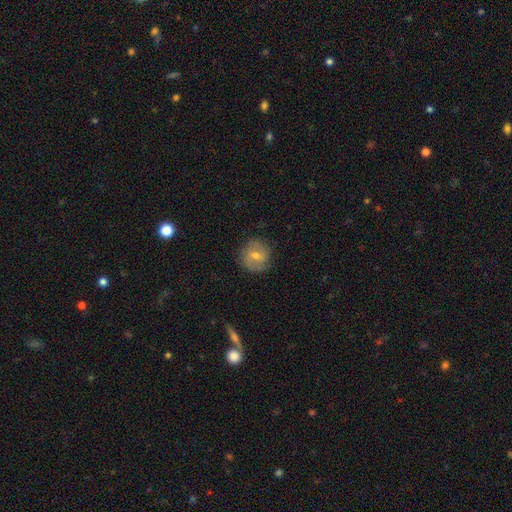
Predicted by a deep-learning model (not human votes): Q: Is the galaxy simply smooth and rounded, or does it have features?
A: featured or disk — 46%.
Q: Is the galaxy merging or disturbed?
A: none — 84%.